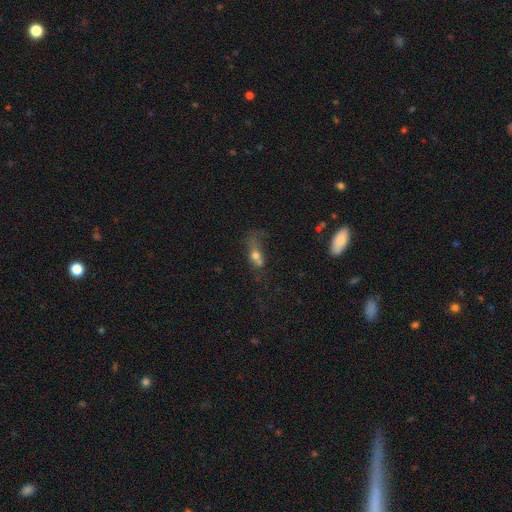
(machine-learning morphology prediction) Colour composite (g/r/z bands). It shows a smooth galaxy with no disk features (57%) that is in between round and cigar-shaped (57%). Merging: merger (33%).